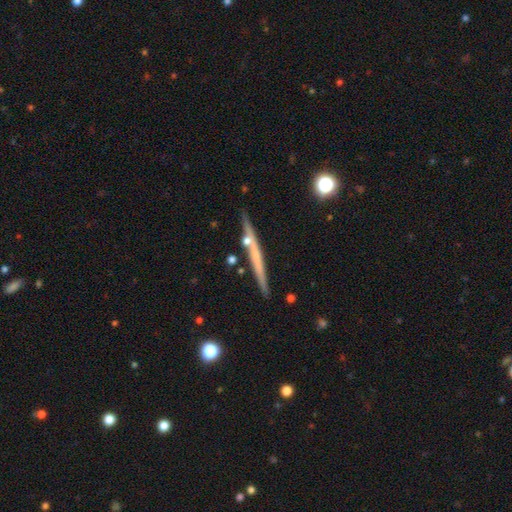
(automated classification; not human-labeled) Overall: featured or disk (57%; smooth 36%). Edge-on disk: yes (97%). Edge-on bulge: none (74%). Merging: none (83%).